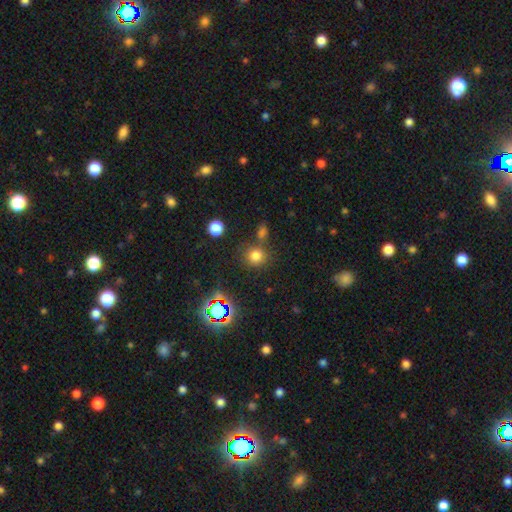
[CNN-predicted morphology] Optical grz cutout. It shows a smooth galaxy with no disk features (73%) that is round (89%). Merging: none (75%).